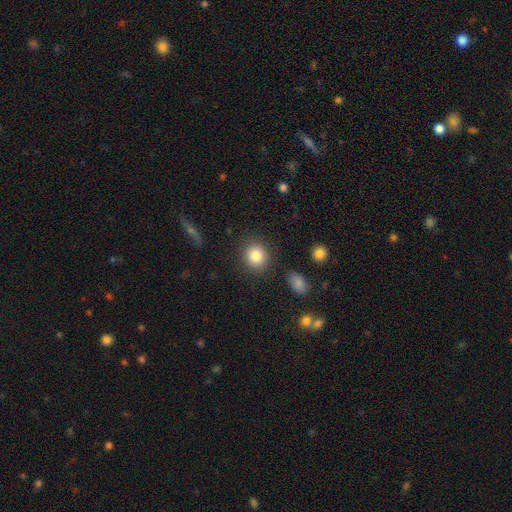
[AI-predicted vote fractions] A smooth galaxy with no disk features (85%) that is round (82%). Merging: none (86%).